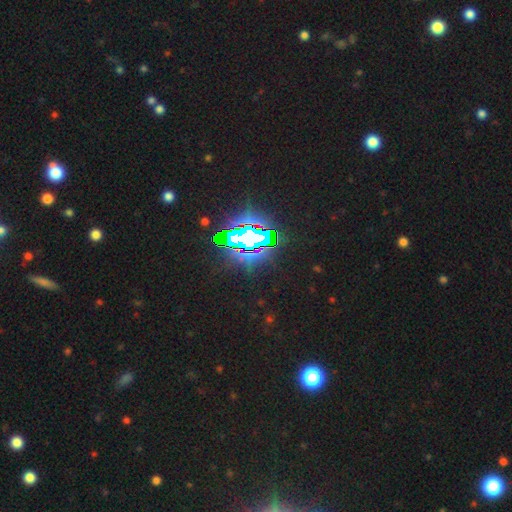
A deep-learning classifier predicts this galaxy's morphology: This appears to be a star or artifact, not a galaxy (85%).